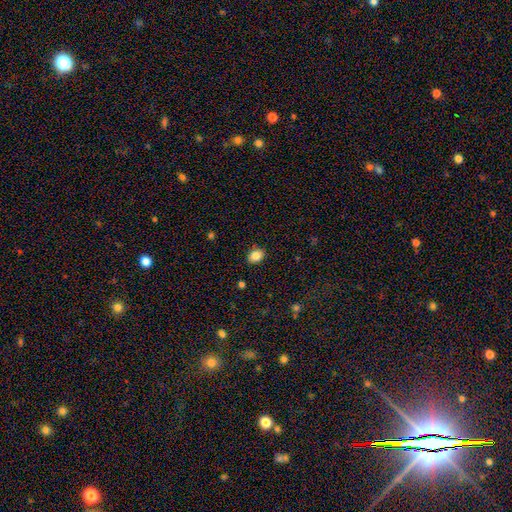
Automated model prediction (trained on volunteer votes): Q: Smooth or featured?
A: smooth (85%); runner-up: star or artifact (9%)
Q: How rounded?
A: in between (62%); runner-up: round (37%)
Q: Merging?
A: none (87%); runner-up: minor disturbance (10%)